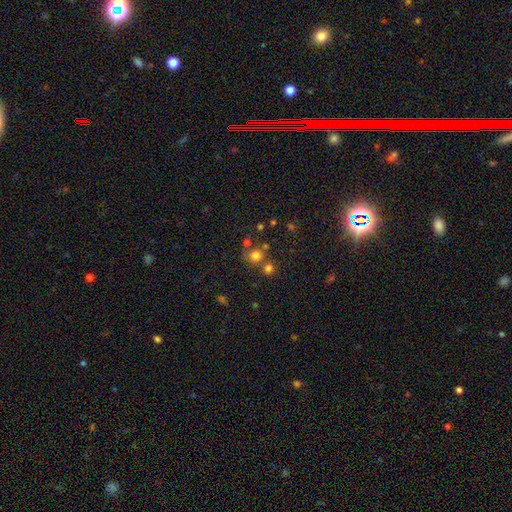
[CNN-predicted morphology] Smooth or featured? smooth (72%)
How rounded? round (87%)
Merging? none (61%)